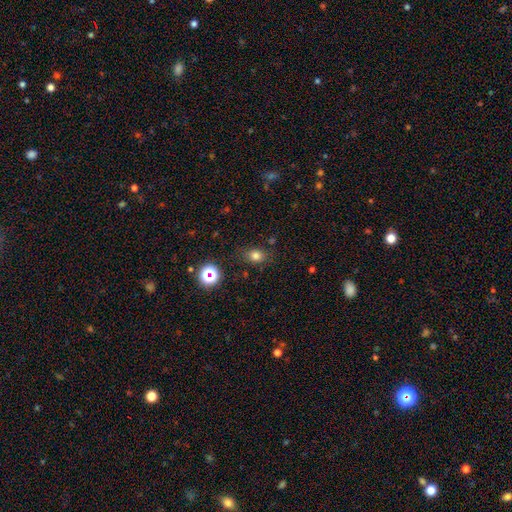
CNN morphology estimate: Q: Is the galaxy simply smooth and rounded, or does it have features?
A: smooth — 76%.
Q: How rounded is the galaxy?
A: in between — 53%.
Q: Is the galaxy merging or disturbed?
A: none — 78%.